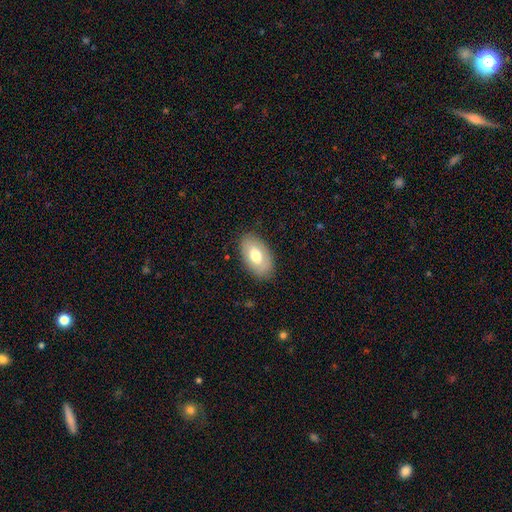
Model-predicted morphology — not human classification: The model was most divided on "smooth or featured": smooth: 65%, featured or disk: 28%, star or artifact: 6%. More confident: how rounded — in between (94%); merging — none (85%).